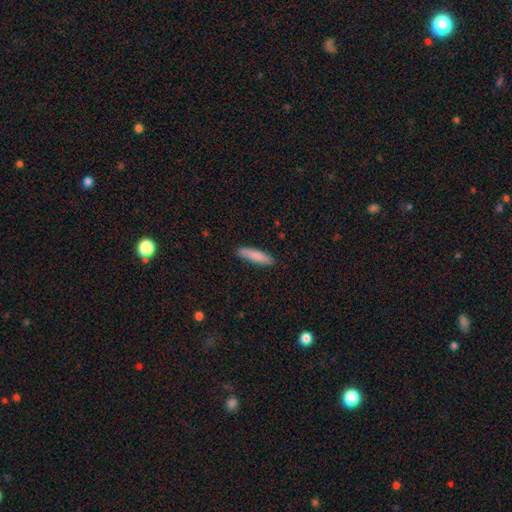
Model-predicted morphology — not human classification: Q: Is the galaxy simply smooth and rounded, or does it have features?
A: smooth — 83%.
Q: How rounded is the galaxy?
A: cigar-shaped — 79%.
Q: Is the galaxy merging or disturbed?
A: none — 88%.